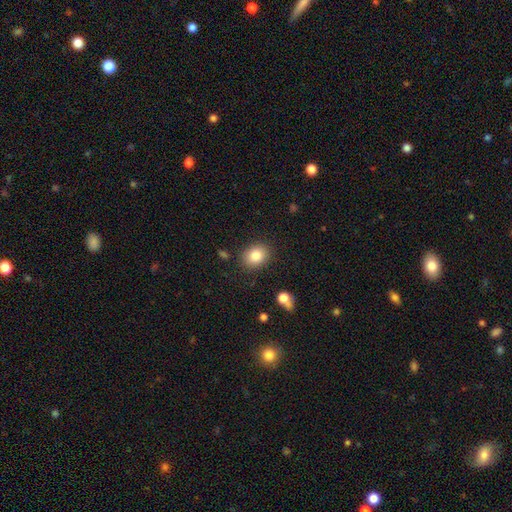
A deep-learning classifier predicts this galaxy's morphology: This appears to be a smooth galaxy with no disk features (84%) that is in between round and cigar-shaped (57%). Merging: none (85%).